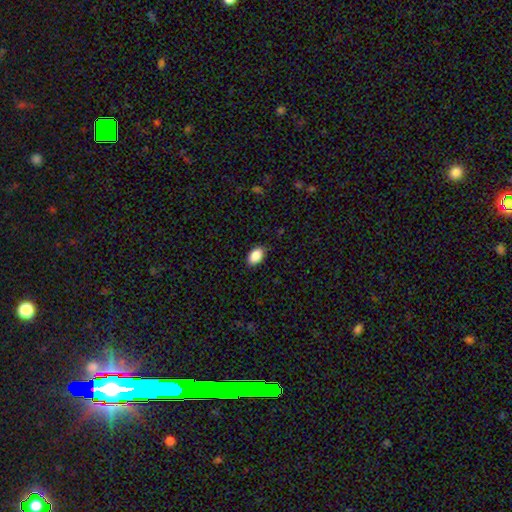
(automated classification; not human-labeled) Overall: smooth (89%). How rounded: in between (89%). Merging: none (86%).